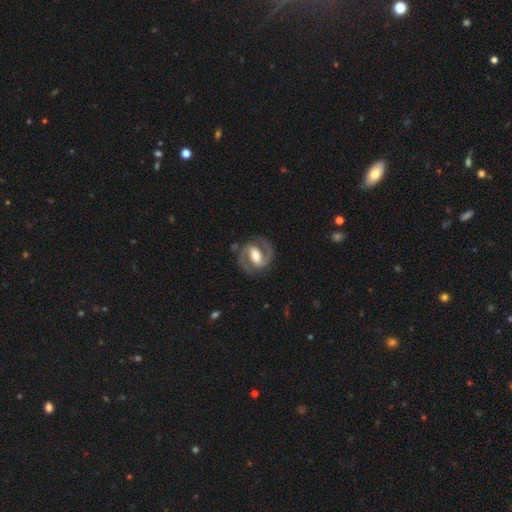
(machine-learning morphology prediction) This is clearly a featured or disk galaxy (87%). It is clearly not viewed edge-on (97%). Bar: possibly strong (52%). Spiral arm pattern: clearly yes (95%). Spiral arm count: clearly 2 (92%). Spiral winding: possibly medium (56%). Central bulge: likely moderate (66%). Merging: clearly none (82%).